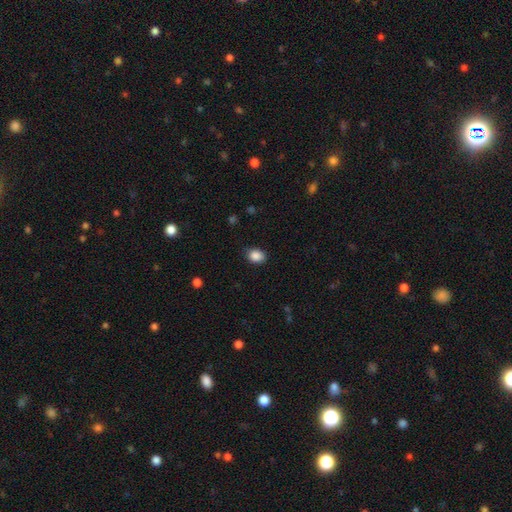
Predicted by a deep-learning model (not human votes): Morphology: type=smooth (88%); roundness=in between (66%); merging=none (83%).